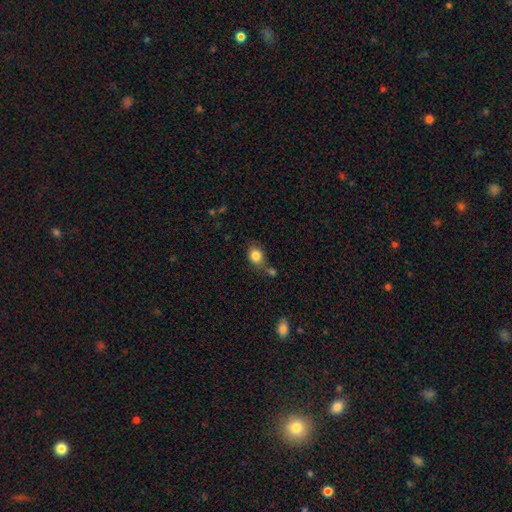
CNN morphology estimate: smooth_or_featured: smooth (p=0.84) [alt: star or artifact p=0.09]
how_rounded: in between (p=0.50) [alt: round p=0.49]
merging: none (p=0.60) [alt: minor disturbance p=0.19]